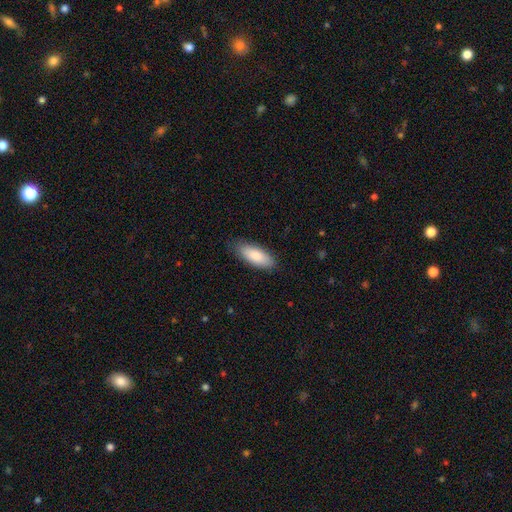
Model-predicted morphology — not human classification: A smooth galaxy with no disk features (86%) that is in between round and cigar-shaped (78%).

Vote fractions:
- Smooth or featured? smooth: 86% / featured or disk: 9% / star or artifact: 5%
- How rounded? in between: 78% / cigar-shaped: 21% / round: 2%
- Merging? none: 83% / minor disturbance: 13% / major disturbance: 2% / merger: 1%